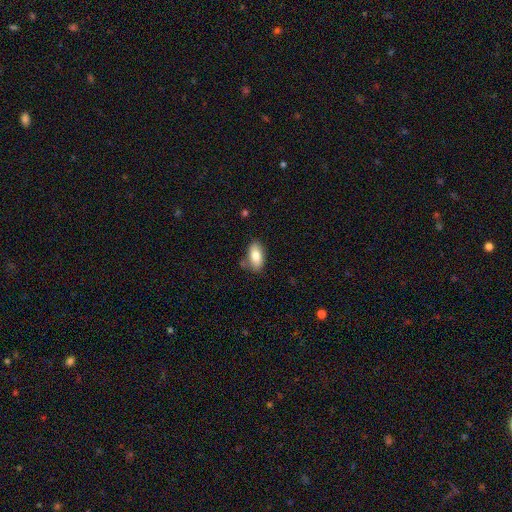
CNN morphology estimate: This appears to be a smooth galaxy with no disk features (80%) that is in between round and cigar-shaped (91%). Merging: none (75%).